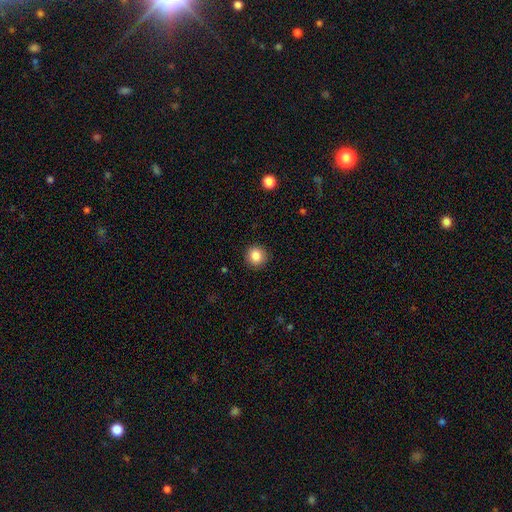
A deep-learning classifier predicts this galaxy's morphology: Smooth or featured?
  - smooth: 85% *
  - star or artifact: 10%
  - featured or disk: 5%
How rounded?
  - round: 93% *
  - in between: 6%
  - cigar-shaped: 1%
Merging?
  - none: 91% *
  - minor disturbance: 6%
  - major disturbance: 2%
  - merger: 1%